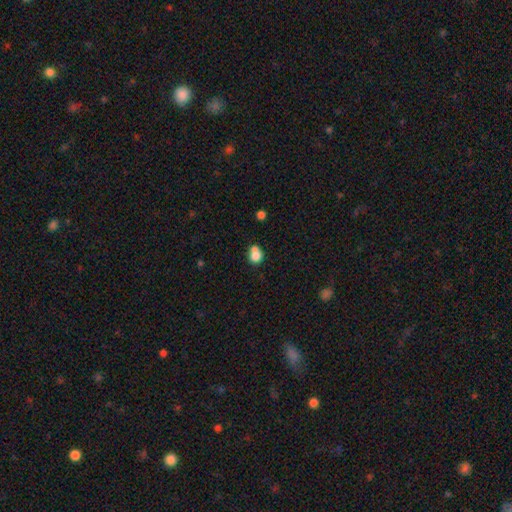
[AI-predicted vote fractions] Overall: smooth (79%). How rounded: round (61%; in between 38%). Merging: none (40%; merger 35%).